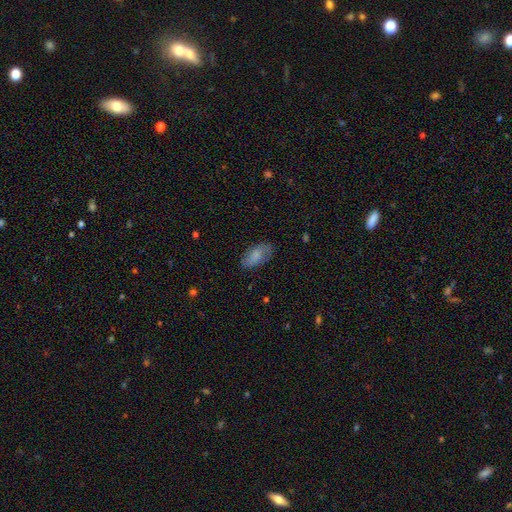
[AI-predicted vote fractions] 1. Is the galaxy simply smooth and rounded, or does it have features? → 73% smooth, 20% featured or disk, 7% star or artifact.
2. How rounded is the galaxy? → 92% in between, 5% cigar-shaped, 3% round.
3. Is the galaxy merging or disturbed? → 75% none, 18% minor disturbance, 5% major disturbance, 1% merger.